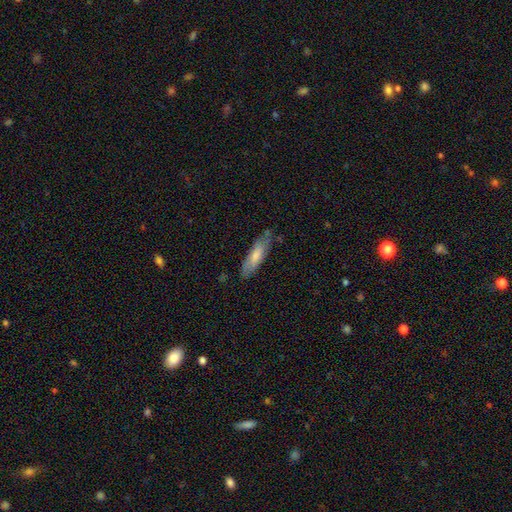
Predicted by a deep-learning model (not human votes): Smooth or featured? smooth (70%)
How rounded? cigar-shaped (56%)
Merging? none (72%)